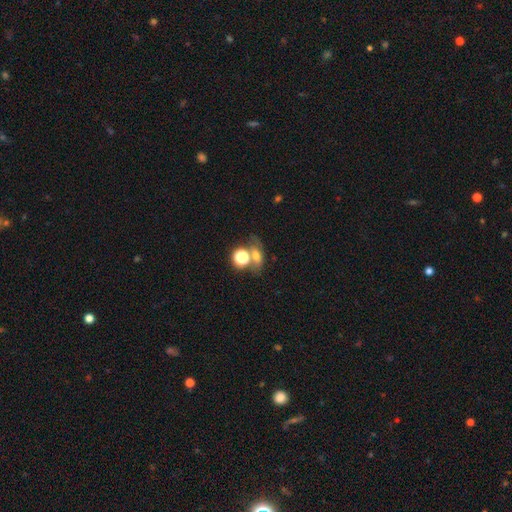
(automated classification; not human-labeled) smooth 59%, star or artifact 22%, featured or disk 19%. Down the decision tree: how rounded — in between (56%); merging — none (51%).